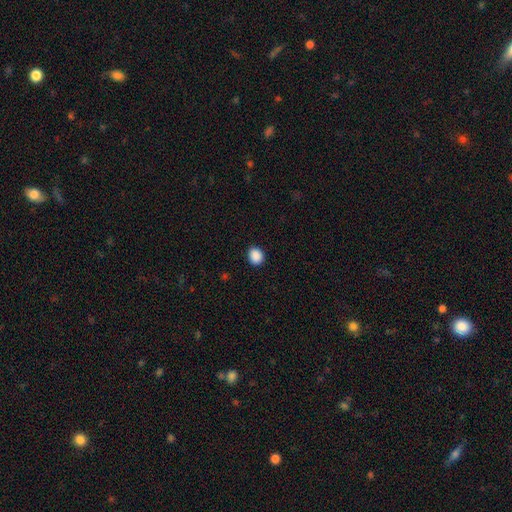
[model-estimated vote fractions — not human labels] A smooth galaxy with no disk features (89%) that is round (62%). Merging: none (89%).